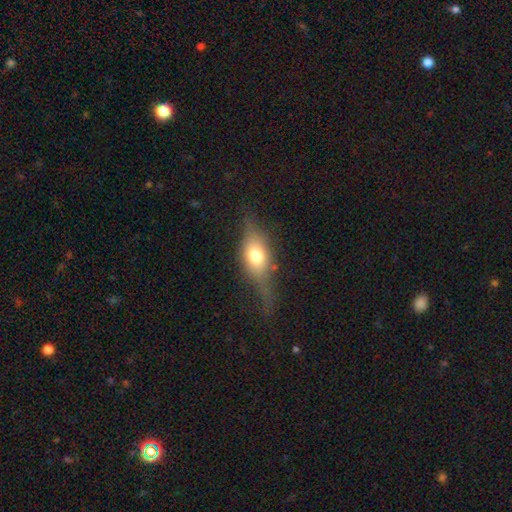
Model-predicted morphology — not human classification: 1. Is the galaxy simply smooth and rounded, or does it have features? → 56% smooth, 35% featured or disk, 9% star or artifact.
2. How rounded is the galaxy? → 70% in between, 17% cigar-shaped, 13% round.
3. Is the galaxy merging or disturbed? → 51% none, 27% minor disturbance, 20% major disturbance, 3% merger.